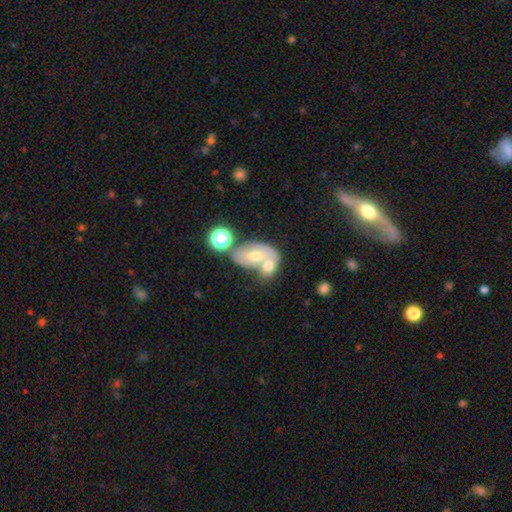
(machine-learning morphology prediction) Smooth or featured? featured or disk (51%)
Edge-on disk? no (94%)
Merging? merger (59%)